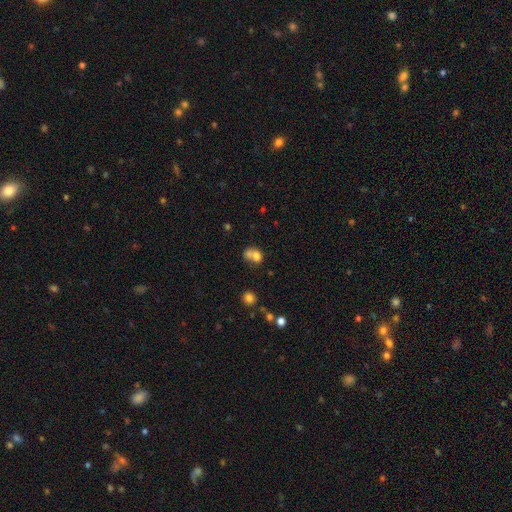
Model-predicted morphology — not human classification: Q: Smooth or featured?
A: smooth (71%); runner-up: featured or disk (17%)
Q: How rounded?
A: round (54%); runner-up: in between (45%)
Q: Merging?
A: merger (57%); runner-up: none (26%)